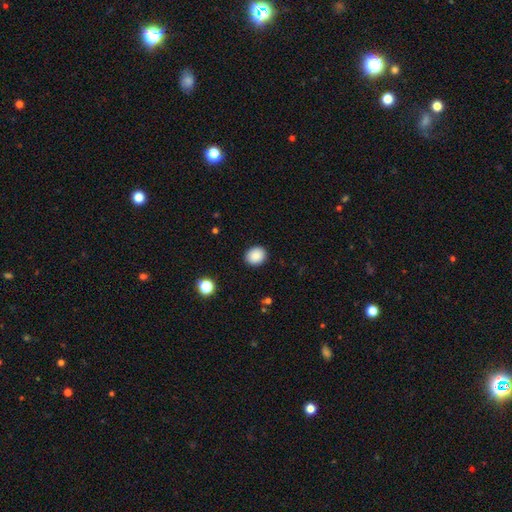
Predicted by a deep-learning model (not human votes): smooth_or_featured: smooth (p=0.88) [alt: star or artifact p=0.09]
how_rounded: round (p=0.72) [alt: in between p=0.27]
merging: none (p=0.91) [alt: minor disturbance p=0.06]